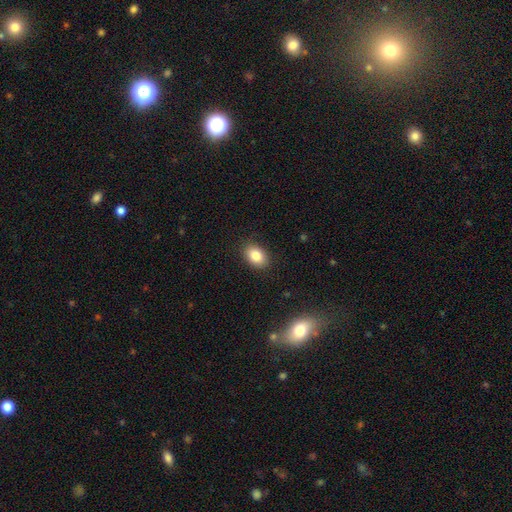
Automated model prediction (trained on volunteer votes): smooth_or_featured: smooth (p=0.84) [alt: star or artifact p=0.09]
how_rounded: in between (p=0.79) [alt: round p=0.20]
merging: none (p=0.88) [alt: minor disturbance p=0.09]